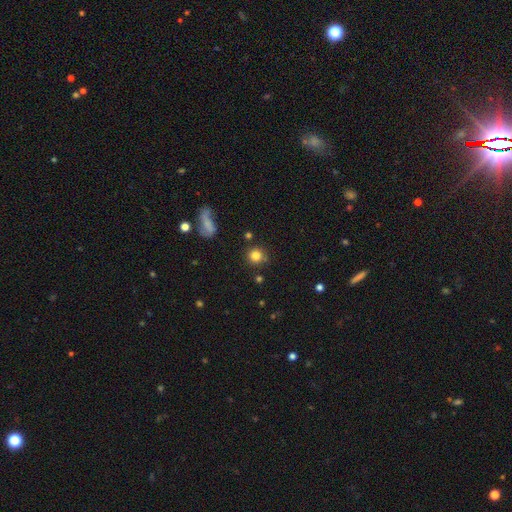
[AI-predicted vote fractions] The model was most divided on "smooth or featured": smooth: 81%, star or artifact: 12%, featured or disk: 6%. More confident: how rounded — round (92%); merging — none (83%).